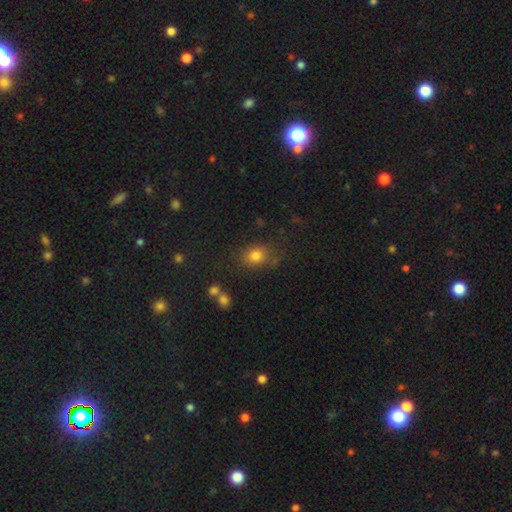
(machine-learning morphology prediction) Smooth or featured: smooth — 79% (star or artifact — 13%)
How rounded: in between — 49% (tied with round — 49%)
Merging: none — 71% (minor disturbance — 17%)